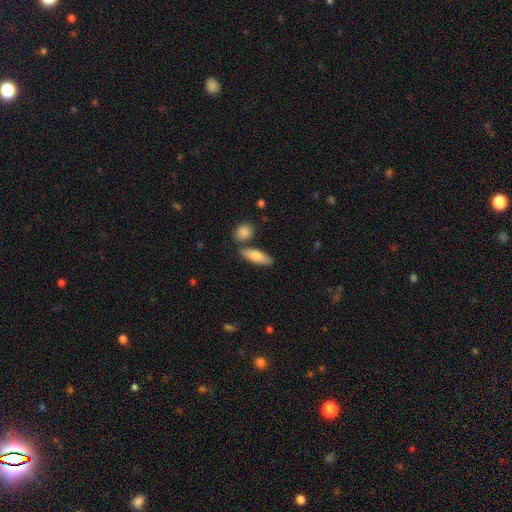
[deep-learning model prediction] Smooth or featured?
  - smooth: 75% *
  - featured or disk: 19%
  - star or artifact: 6%
How rounded?
  - in between: 56% *
  - cigar-shaped: 41%
  - round: 3%
Merging?
  - none: 74% *
  - merger: 12%
  - minor disturbance: 11%
  - major disturbance: 3%